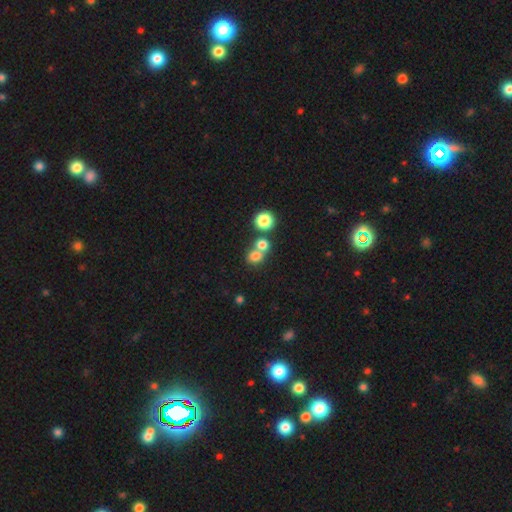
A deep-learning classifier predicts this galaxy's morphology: smooth 75%, star or artifact 15%, featured or disk 10%. Down the decision tree: how rounded — round (76%); merging — merger (47%).